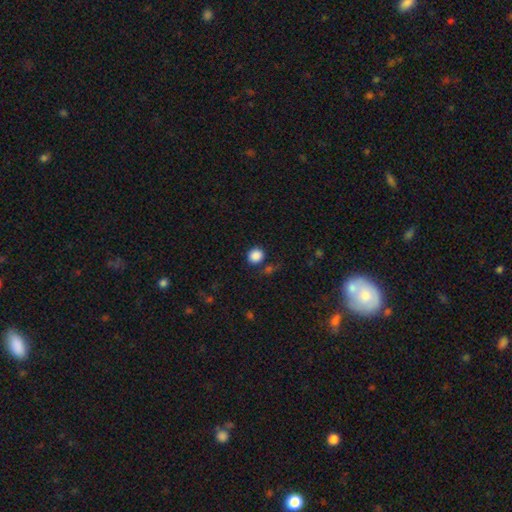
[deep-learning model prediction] Smooth or featured? Predicted: smooth (p=0.87). How rounded? Predicted: round (p=0.80). Merging? Predicted: none (p=0.79).